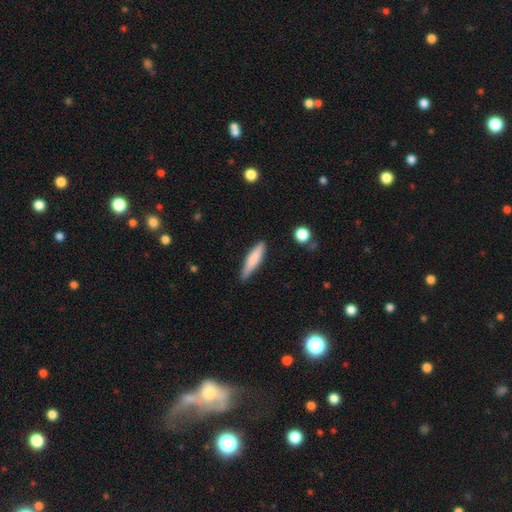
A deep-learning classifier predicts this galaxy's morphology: type=smooth (72%); roundness=cigar-shaped (84%); merging=none (84%).